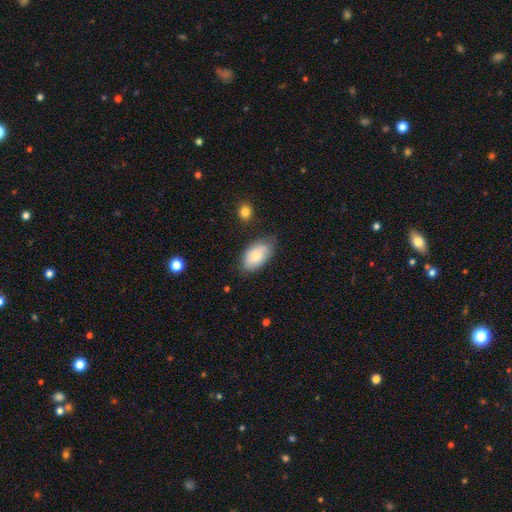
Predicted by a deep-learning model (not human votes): Smooth or featured? Predicted: smooth (p=0.73). How rounded? Predicted: in between (p=0.94). Merging? Predicted: none (p=0.71).